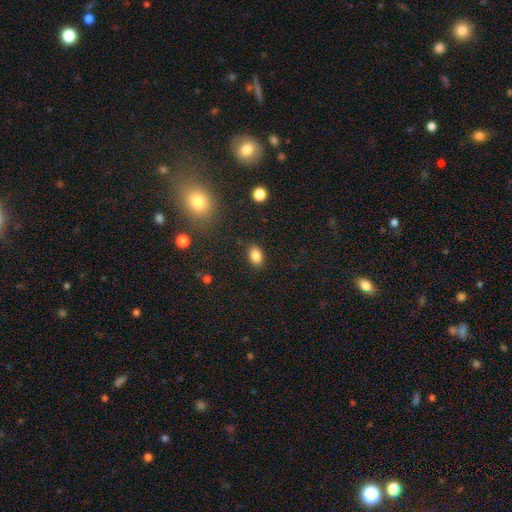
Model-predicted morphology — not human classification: smooth-or-featured: smooth: 85% | star or artifact: 10% | featured or disk: 5%
  how-rounded: in between: 81% | round: 17% | cigar-shaped: 1%
  merging: none: 87% | minor disturbance: 9% | major disturbance: 3% | merger: 1%